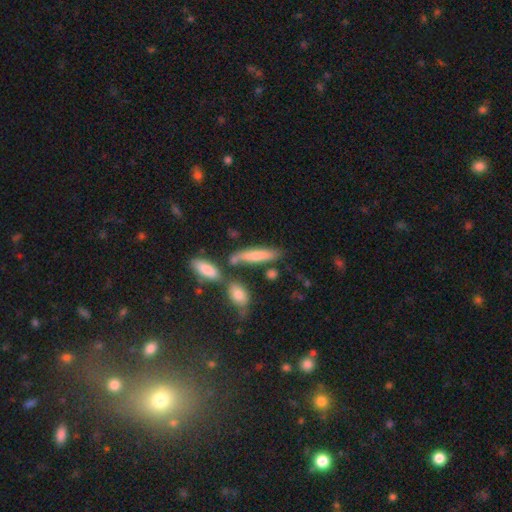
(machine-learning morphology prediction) type=smooth (70%); roundness=cigar-shaped (72%); merging=none (63%).